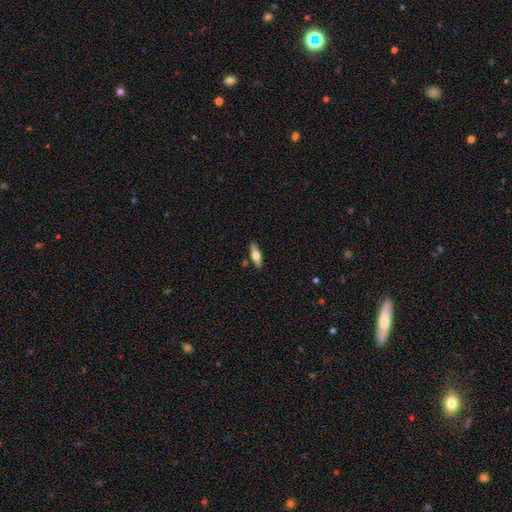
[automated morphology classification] smooth_or_featured: smooth (p=0.51) [alt: featured or disk p=0.43]
how_rounded: in between (p=0.52) [alt: cigar-shaped p=0.45]
merging: none (p=0.86) [alt: minor disturbance p=0.09]